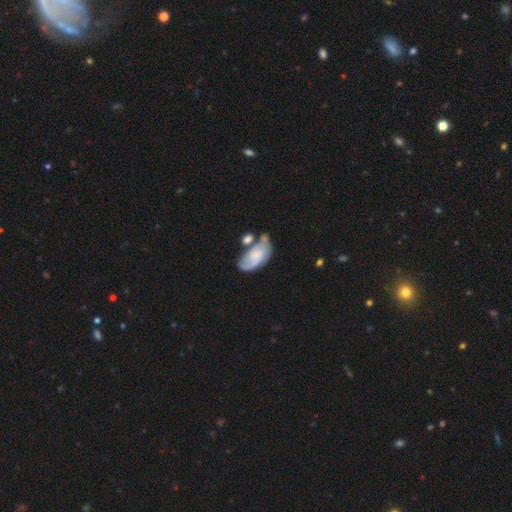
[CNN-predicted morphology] Smooth or featured: featured or disk — 54% (smooth — 39%)
Edge-on disk: no — 95% (yes — 5%)
Bar: no — 69% (weak — 26%)
Spiral arms: yes — 78% (no — 22%)
Bulge size: none — 41% (small — 33%)
Merging: none — 36% (merger — 26%)